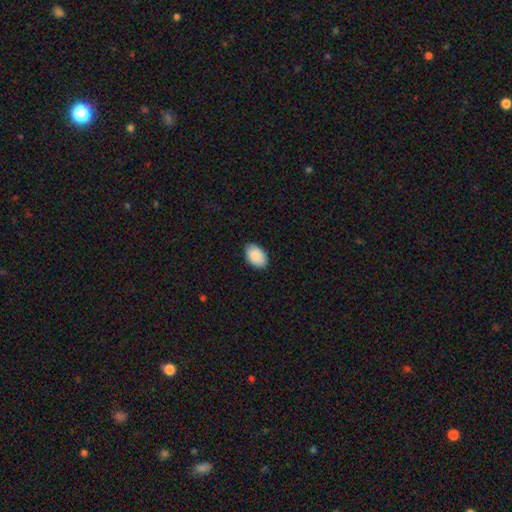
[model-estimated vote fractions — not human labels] Smooth or featured?
  - smooth: 89% *
  - star or artifact: 6%
  - featured or disk: 4%
How rounded?
  - in between: 91% *
  - round: 8%
  - cigar-shaped: 1%
Merging?
  - none: 86% *
  - minor disturbance: 12%
  - major disturbance: 2%
  - merger: 1%